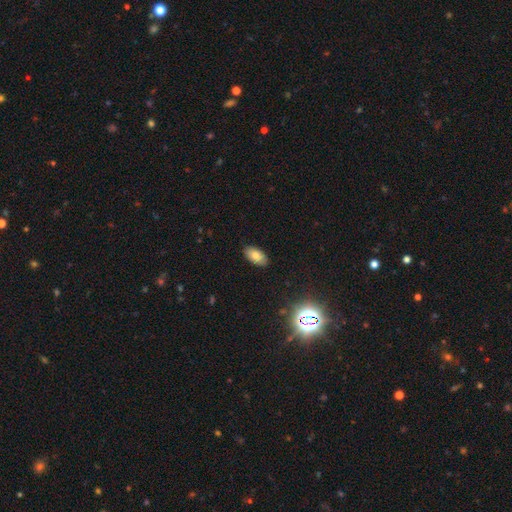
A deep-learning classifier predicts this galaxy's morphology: Q: Smooth or featured?
A: smooth (78%); runner-up: featured or disk (12%)
Q: How rounded?
A: in between (94%); runner-up: round (3%)
Q: Merging?
A: none (88%); runner-up: minor disturbance (9%)